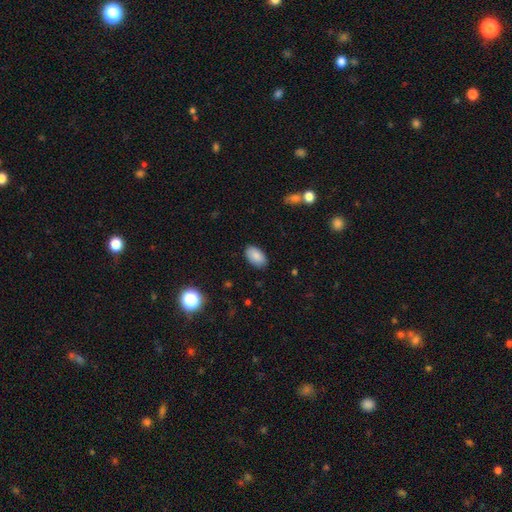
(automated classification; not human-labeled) smooth 86%, star or artifact 8%, featured or disk 7%. Down the decision tree: how rounded — in between (94%); merging — none (86%).